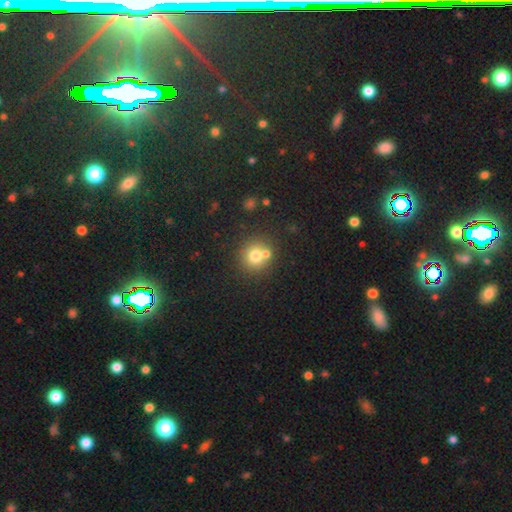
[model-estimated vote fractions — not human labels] Smooth or featured: smooth — 72% (star or artifact — 14%)
How rounded: round — 89% (in between — 10%)
Merging: none — 61% (merger — 28%)